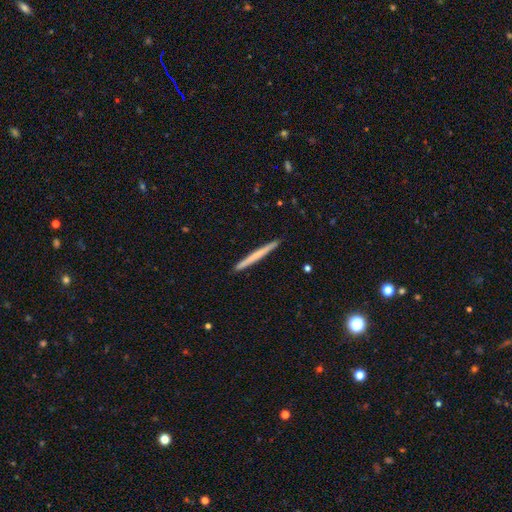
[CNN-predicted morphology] This appears to be a smooth galaxy with no disk features (57%) that is cigar-shaped (97%). Merging: none (93%).